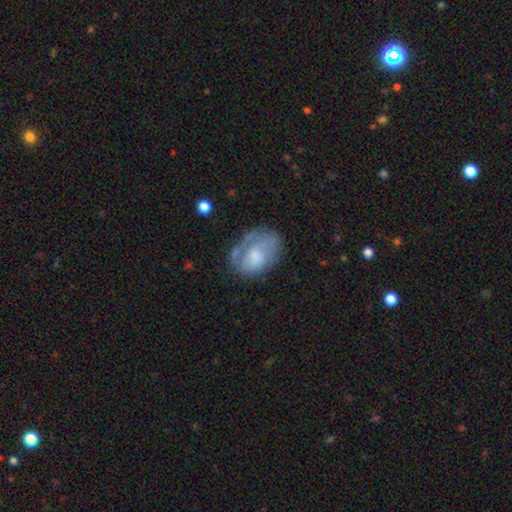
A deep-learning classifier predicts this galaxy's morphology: Q: Smooth or featured?
A: smooth (50%); runner-up: featured or disk (42%)
Q: How rounded?
A: in between (79%); runner-up: round (19%)
Q: Merging?
A: none (48%); runner-up: minor disturbance (28%)